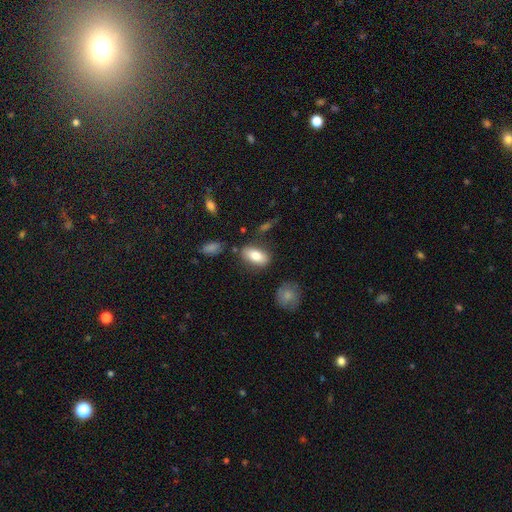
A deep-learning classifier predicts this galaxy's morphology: Smooth or featured?
  - smooth: 81% *
  - featured or disk: 12%
  - star or artifact: 7%
How rounded?
  - in between: 91% *
  - cigar-shaped: 5%
  - round: 4%
Merging?
  - none: 77% *
  - minor disturbance: 15%
  - merger: 5%
  - major disturbance: 4%